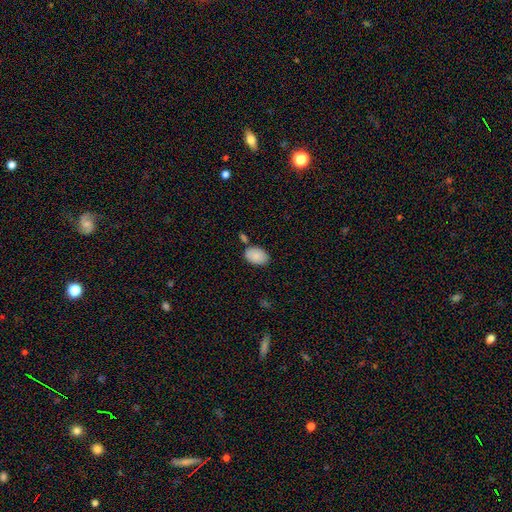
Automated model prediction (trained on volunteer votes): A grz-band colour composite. It shows a smooth galaxy with no disk features (87%) that is in between round and cigar-shaped (90%). Merging: none (71%).